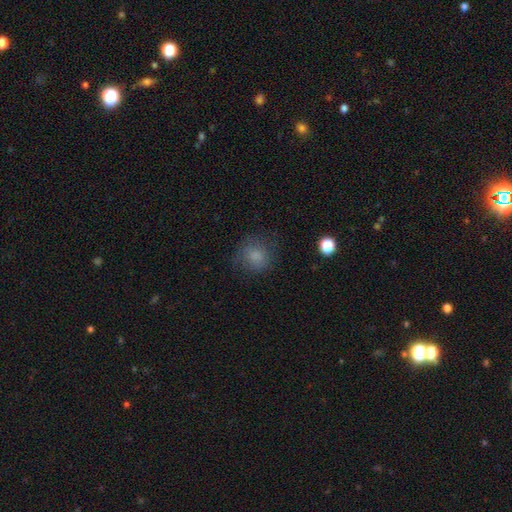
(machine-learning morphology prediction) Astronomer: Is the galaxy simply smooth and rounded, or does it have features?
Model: smooth — 80%.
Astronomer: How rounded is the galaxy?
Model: round — 85%.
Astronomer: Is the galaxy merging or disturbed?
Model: none — 72%.